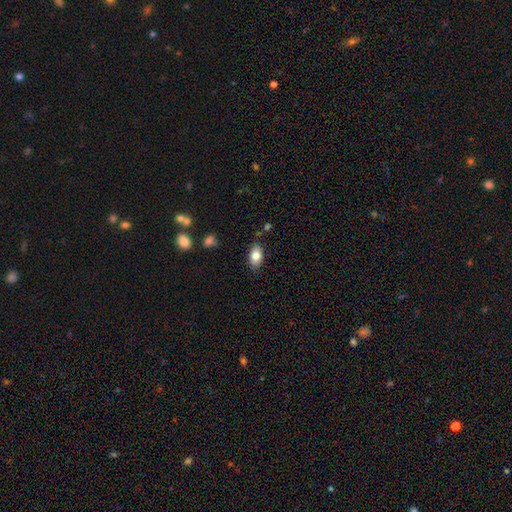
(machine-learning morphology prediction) Smooth or featured: smooth — 82% (featured or disk — 11%)
How rounded: in between — 91% (round — 6%)
Merging: none — 83% (minor disturbance — 12%)